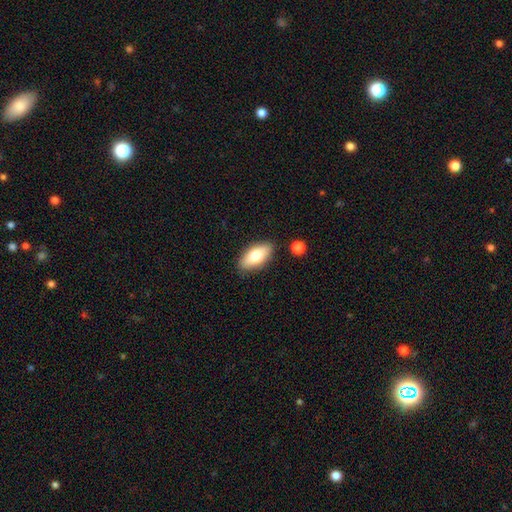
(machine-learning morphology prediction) Smooth or featured? smooth (74%)
How rounded? in between (88%)
Merging? none (85%)